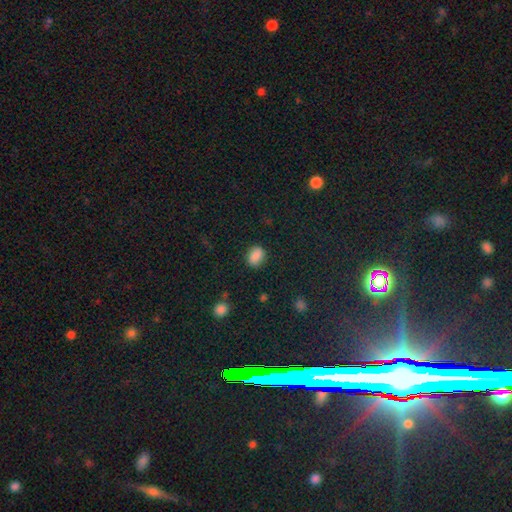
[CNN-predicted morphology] This is clearly a smooth galaxy (86%). How rounded: likely in between (72%). Merging: clearly none (84%).